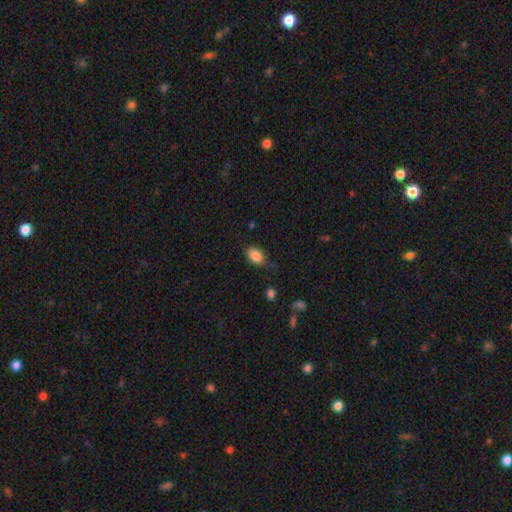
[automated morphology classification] This appears to be a smooth galaxy with no disk features (86%) that is in between round and cigar-shaped (85%). Merging: none (68%).